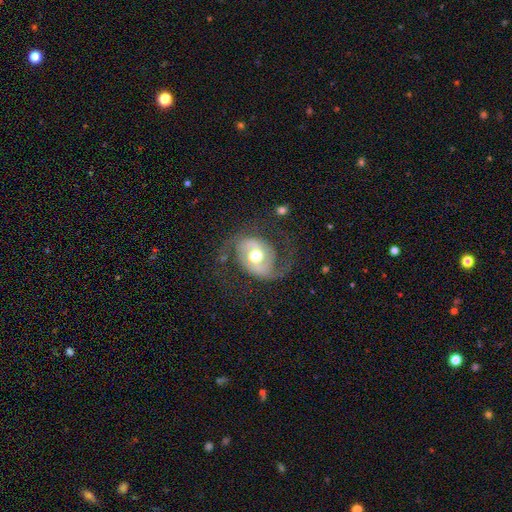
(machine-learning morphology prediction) Smooth or featured?
  - featured or disk: 82% *
  - smooth: 13%
  - star or artifact: 5%
Edge-on disk?
  - no: 97% *
  - yes: 3%
Bar?
  - no: 48% *
  - weak: 35%
  - strong: 18%
Spiral arms?
  - yes: 89% *
  - no: 11%
Spiral winding?
  - medium: 44% *
  - loose: 42%
  - tight: 14%
Spiral arm count?
  - 2: 89% *
  - 1: 4%
  - can't tell: 4%
  - 3: 1%
  - 4: 1%
  - more than 4: 1%
Bulge size?
  - moderate: 74% *
  - large: 16%
  - small: 8%
  - dominant: 2%
  - none: 1%
Merging?
  - none: 66% *
  - major disturbance: 17%
  - minor disturbance: 16%
  - merger: 2%